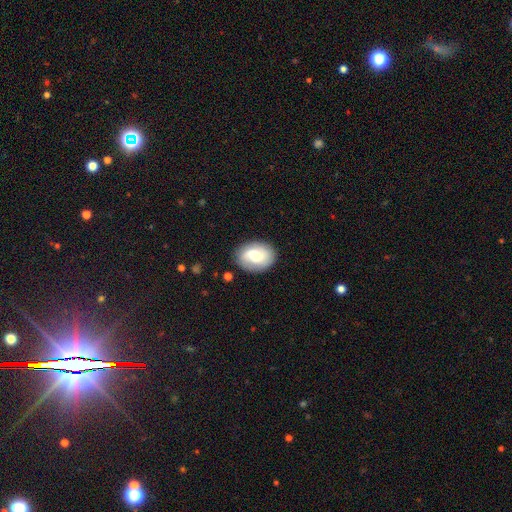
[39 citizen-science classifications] A featured or disk galaxy (51%) with no bar (55%), 2 (65%) loose (41%) spiral arms (85%) and a small central bulge (50%). Merging: none (87%).